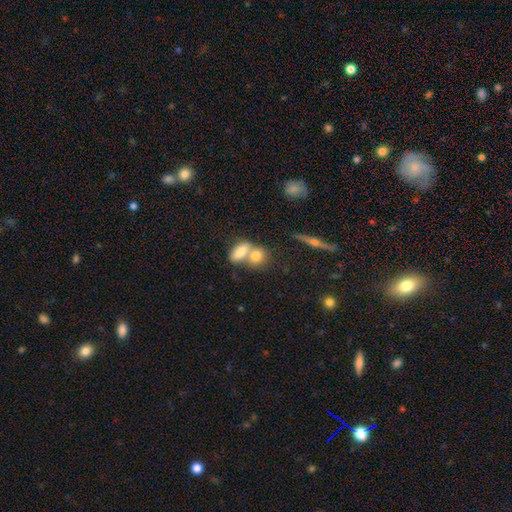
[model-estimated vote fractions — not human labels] A smooth galaxy with no disk features (76%) that is in between round and cigar-shaped (60%).

Vote fractions:
- Smooth or featured? smooth: 76% / featured or disk: 16% / star or artifact: 8%
- How rounded? in between: 60% / round: 35% / cigar-shaped: 4%
- Merging? merger: 59% / none: 31% / minor disturbance: 7% / major disturbance: 3%